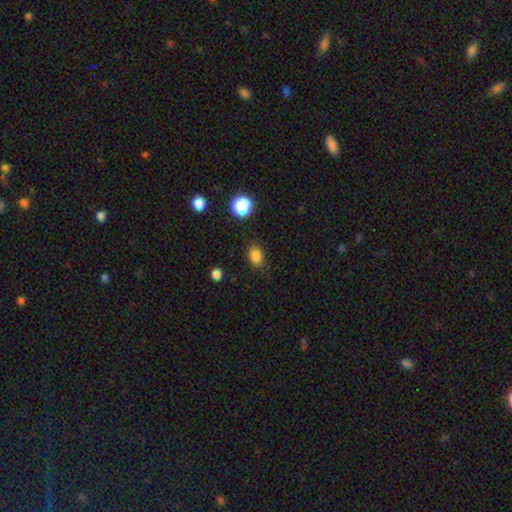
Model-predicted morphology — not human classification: Overall: smooth (83%). How rounded: in between (65%; round 34%). Merging: none (82%).